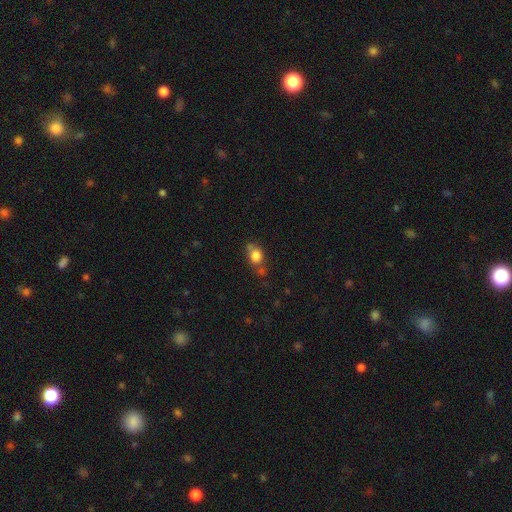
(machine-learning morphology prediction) Smooth or featured? smooth (79%)
How rounded? round (49%, tied with in between)
Merging? none (53%)